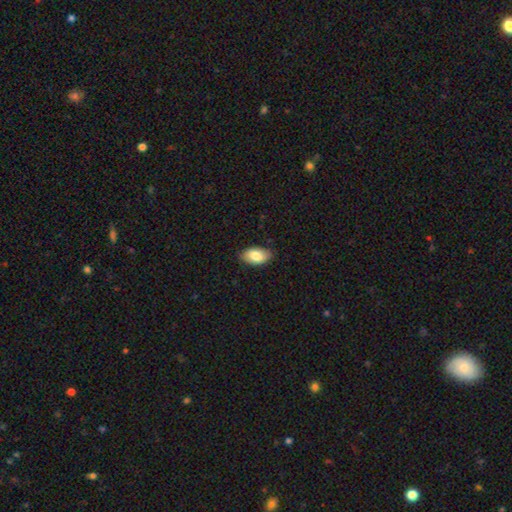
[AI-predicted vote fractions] Morphology: type=smooth (83%); roundness=in between (94%); merging=none (84%).